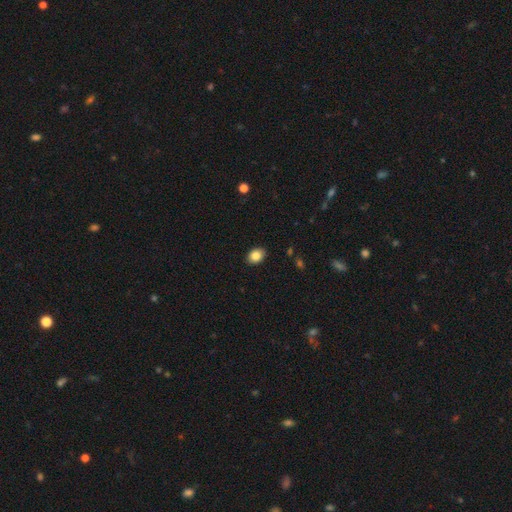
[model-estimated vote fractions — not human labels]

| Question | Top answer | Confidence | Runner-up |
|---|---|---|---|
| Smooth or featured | smooth | 86% | star or artifact (8%) |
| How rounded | in between | 69% | round (30%) |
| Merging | none | 89% | minor disturbance (8%) |